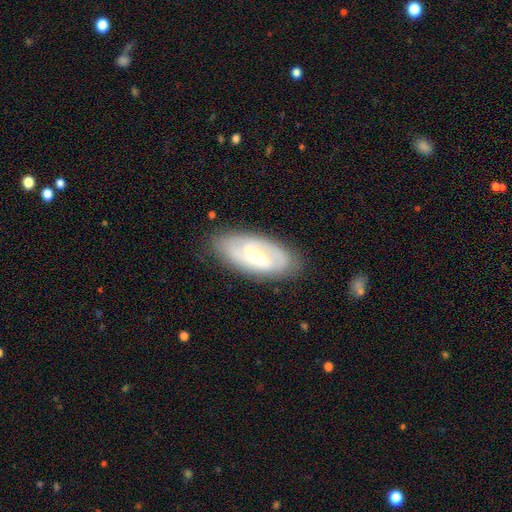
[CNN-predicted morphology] featured or disk 69%, smooth 23%, star or artifact 7%. Down the decision tree: edge-on disk — no (88%); bar — weak (43%); spiral arms — yes (70%); bulge size — moderate (61%); merging — none (83%).